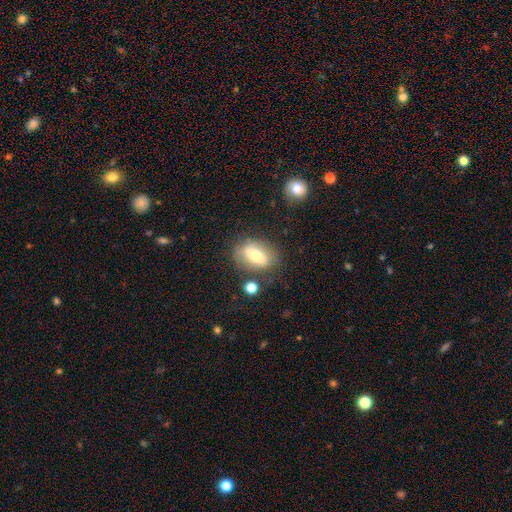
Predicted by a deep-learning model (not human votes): Smooth or featured? Predicted: smooth (p=0.61). How rounded? Predicted: in between (p=0.78). Merging? Predicted: none (p=0.71).